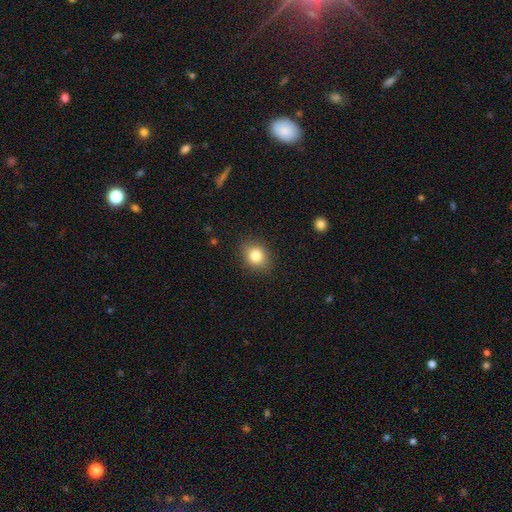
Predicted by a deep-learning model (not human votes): Smooth or featured? Predicted: smooth (p=0.83). How rounded? Predicted: round (p=0.58). Merging? Predicted: none (p=0.87).